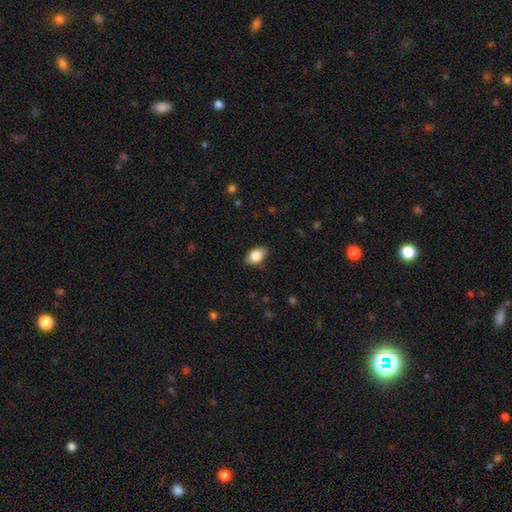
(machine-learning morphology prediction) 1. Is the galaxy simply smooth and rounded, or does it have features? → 83% smooth, 9% featured or disk, 7% star or artifact.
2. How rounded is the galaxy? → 85% in between, 14% round, 2% cigar-shaped.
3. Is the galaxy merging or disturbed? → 82% none, 15% minor disturbance, 3% major disturbance, 1% merger.